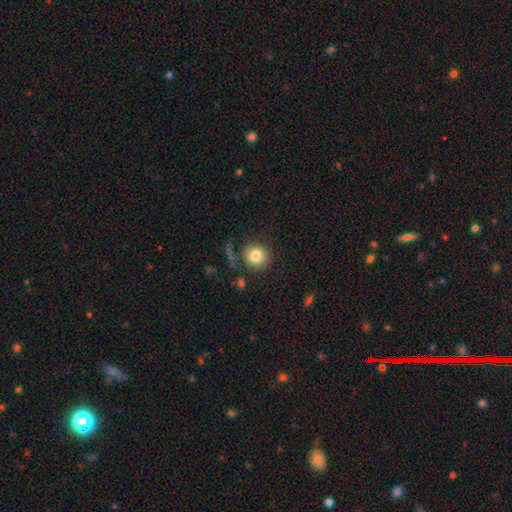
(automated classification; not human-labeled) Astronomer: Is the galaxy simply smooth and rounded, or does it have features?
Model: smooth — 82%.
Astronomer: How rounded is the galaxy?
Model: round — 91%.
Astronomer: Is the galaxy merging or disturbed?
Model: none — 81%.